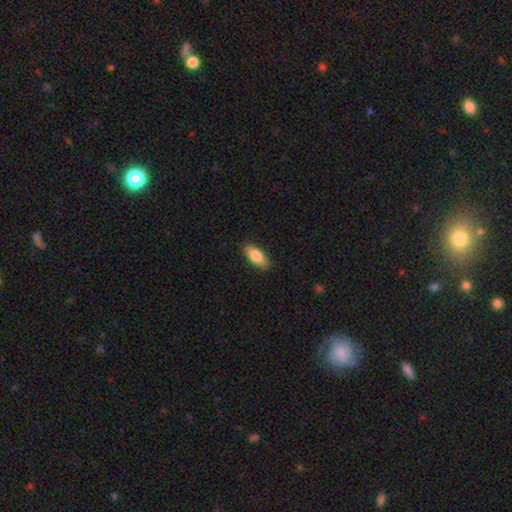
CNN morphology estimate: smooth-or-featured: smooth: 80% | featured or disk: 14% | star or artifact: 6%
  how-rounded: in between: 80% | cigar-shaped: 17% | round: 3%
  merging: none: 87% | minor disturbance: 10% | major disturbance: 2% | merger: 1%